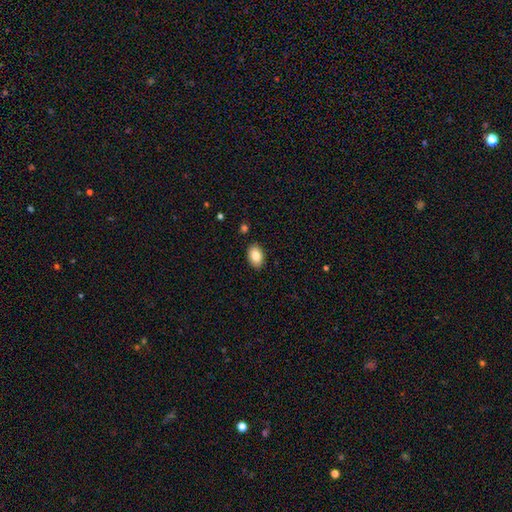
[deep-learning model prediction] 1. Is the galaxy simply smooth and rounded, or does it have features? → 84% smooth, 9% featured or disk, 7% star or artifact.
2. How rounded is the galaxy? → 91% in between, 8% round, 1% cigar-shaped.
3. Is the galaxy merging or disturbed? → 88% none, 9% minor disturbance, 2% major disturbance, 1% merger.